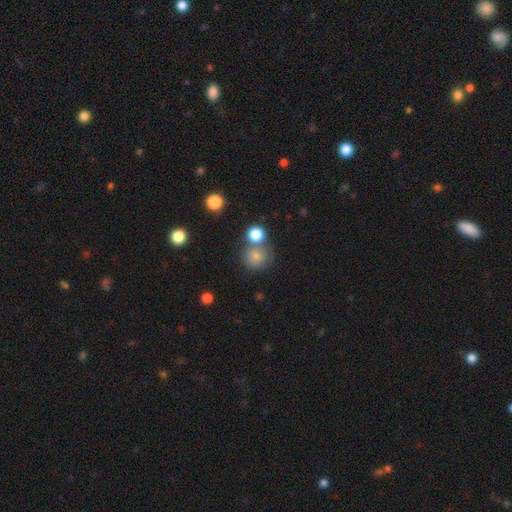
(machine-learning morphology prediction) type=smooth (79%); roundness=round (85%); merging=none (56%).